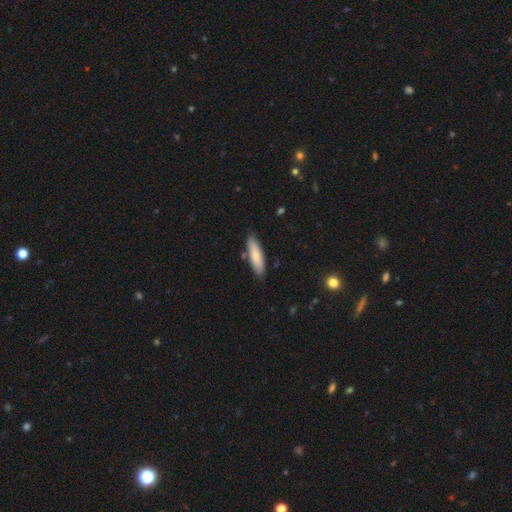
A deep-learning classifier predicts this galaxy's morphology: smooth_or_featured: smooth (p=0.78) [alt: featured or disk p=0.16]
how_rounded: cigar-shaped (p=0.64) [alt: in between p=0.35]
merging: none (p=0.83) [alt: minor disturbance p=0.11]